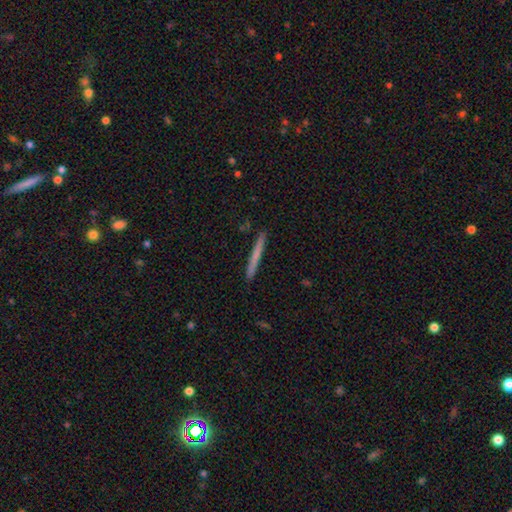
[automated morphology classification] type=smooth (64%); roundness=cigar-shaped (97%); merging=none (92%).